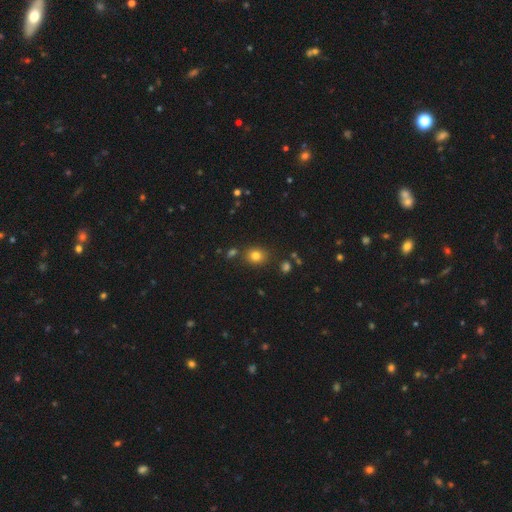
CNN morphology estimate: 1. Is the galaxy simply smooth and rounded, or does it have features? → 79% smooth, 14% star or artifact, 7% featured or disk.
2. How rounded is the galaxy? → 69% round, 30% in between, 1% cigar-shaped.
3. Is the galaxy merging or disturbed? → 81% none, 10% minor disturbance, 6% merger, 3% major disturbance.